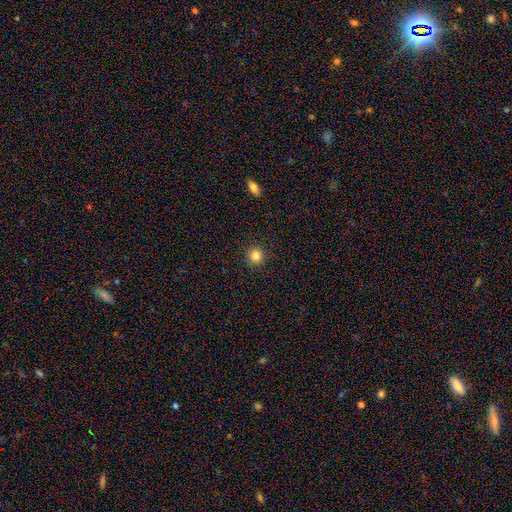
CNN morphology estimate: A smooth galaxy with no disk features (83%) that is round (95%).

Vote fractions:
- Smooth or featured? smooth: 83% / star or artifact: 12% / featured or disk: 5%
- How rounded? round: 95% / in between: 4% / cigar-shaped: 1%
- Merging? none: 93% / minor disturbance: 5% / major disturbance: 2% / merger: 1%